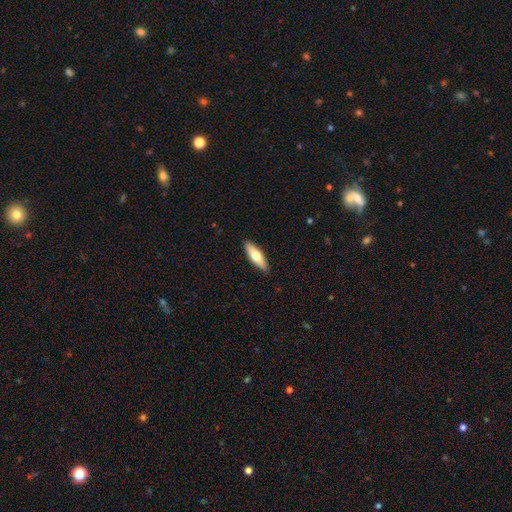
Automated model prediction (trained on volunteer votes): Smooth or featured? smooth (64%)
How rounded? cigar-shaped (55%)
Merging? none (89%)